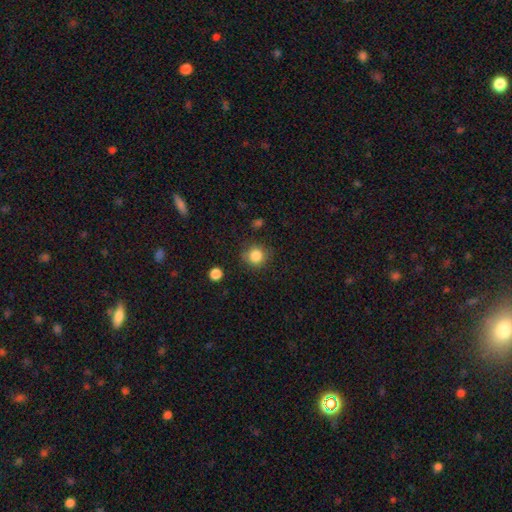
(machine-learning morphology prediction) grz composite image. It shows a smooth galaxy with no disk features (85%) that is round (91%). Merging: none (84%).